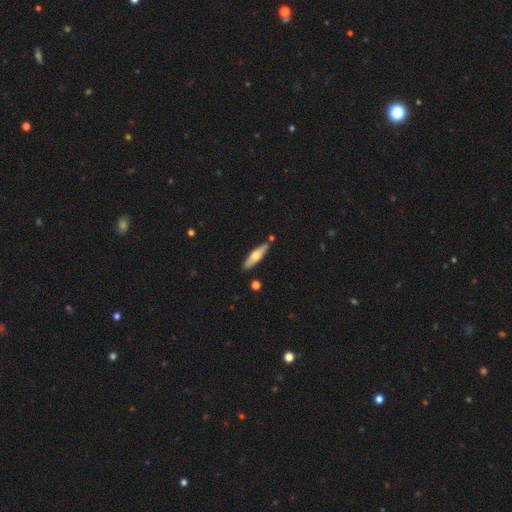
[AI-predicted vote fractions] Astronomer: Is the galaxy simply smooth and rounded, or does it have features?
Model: smooth — 54% (runner-up: featured or disk, 41%).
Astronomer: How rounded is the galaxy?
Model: cigar-shaped — 75%.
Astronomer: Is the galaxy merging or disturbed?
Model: none — 84%.